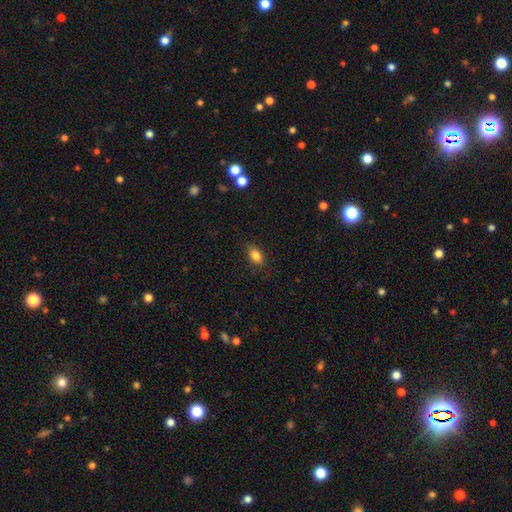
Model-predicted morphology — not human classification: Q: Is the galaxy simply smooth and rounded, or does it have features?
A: smooth — 84%.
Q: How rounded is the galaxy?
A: in between — 85%.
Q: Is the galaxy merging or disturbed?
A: none — 84%.